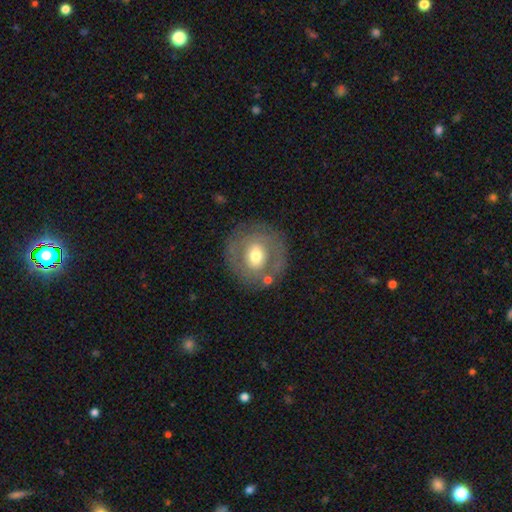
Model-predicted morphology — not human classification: This appears to be a featured or disk galaxy (49%). Merging: none (77%).